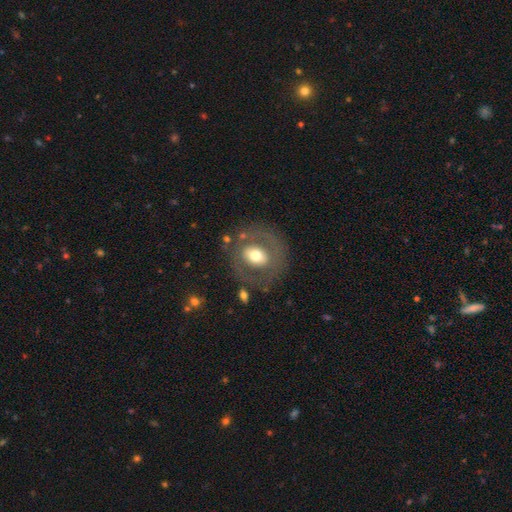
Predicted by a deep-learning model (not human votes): A featured or disk galaxy (47%). Merging: none (75%).